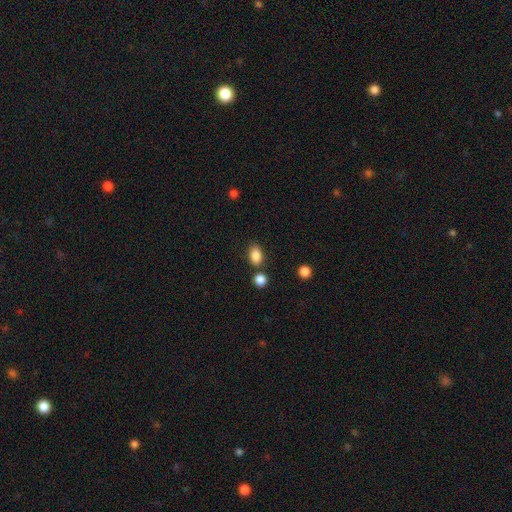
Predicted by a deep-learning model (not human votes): smooth-or-featured: smooth: 85% | star or artifact: 10% | featured or disk: 5%
  how-rounded: in between: 79% | round: 19% | cigar-shaped: 2%
  merging: none: 73% | minor disturbance: 12% | merger: 12% | major disturbance: 3%